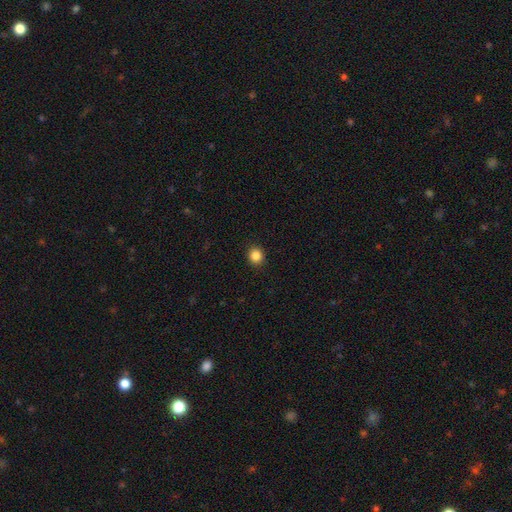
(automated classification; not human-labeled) smooth 86%, star or artifact 11%, featured or disk 4%. Down the decision tree: how rounded — round (88%); merging — none (92%).